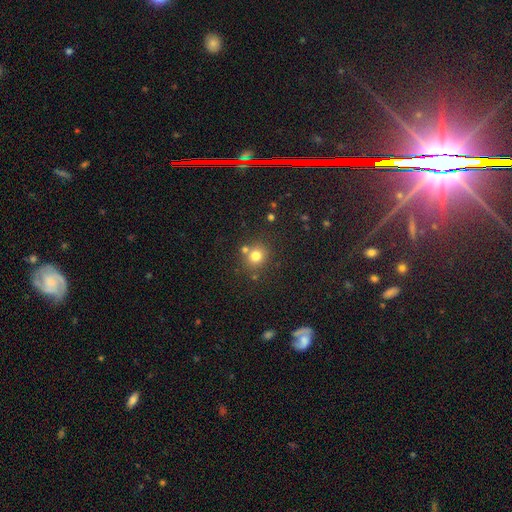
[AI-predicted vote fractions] smooth 76%, star or artifact 15%, featured or disk 8%. Down the decision tree: how rounded — round (84%); merging — none (72%).